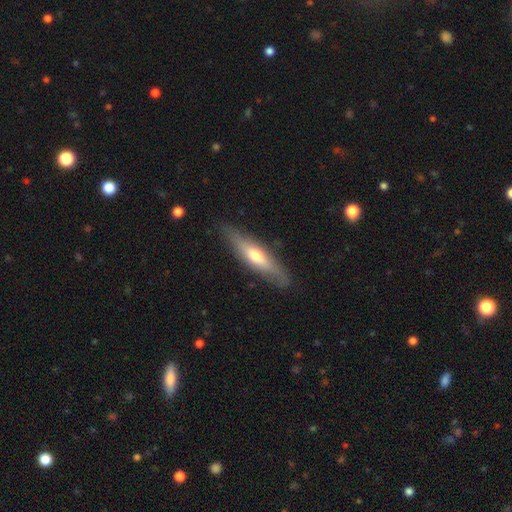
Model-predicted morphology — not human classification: featured or disk 49%, smooth 46%, star or artifact 5%. Down the decision tree: merging — none (83%).